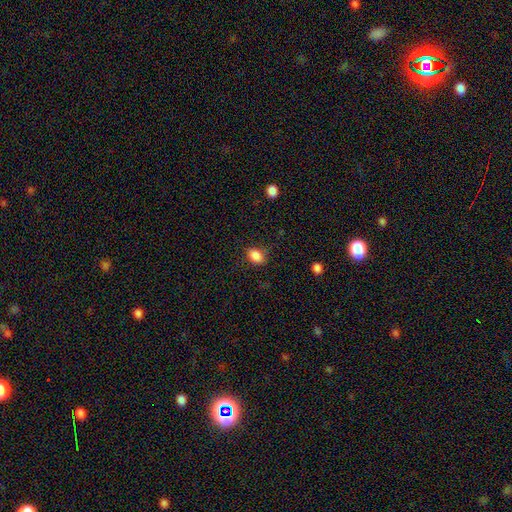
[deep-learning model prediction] Morphology: type=smooth (86%); roundness=in between (74%); merging=none (79%).